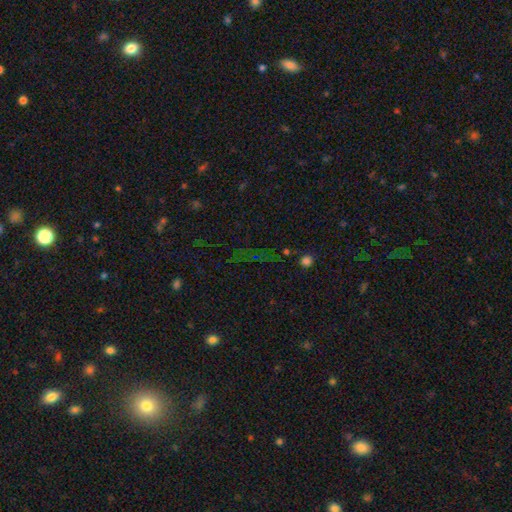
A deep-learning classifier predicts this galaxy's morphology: Q: Smooth or featured?
A: star or artifact (65%); runner-up: smooth (23%)